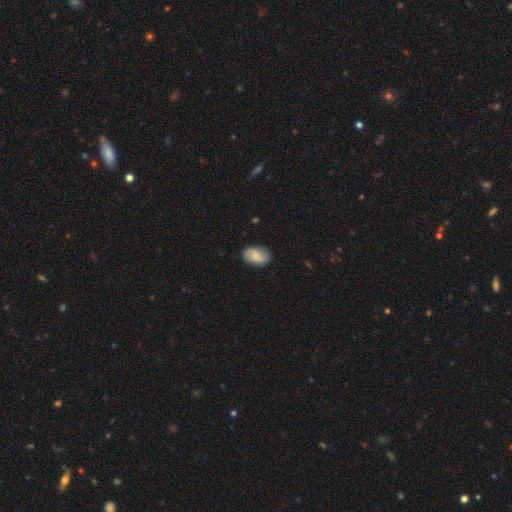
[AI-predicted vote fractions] Overall: smooth (69%). How rounded: in between (88%). Merging: none (84%).